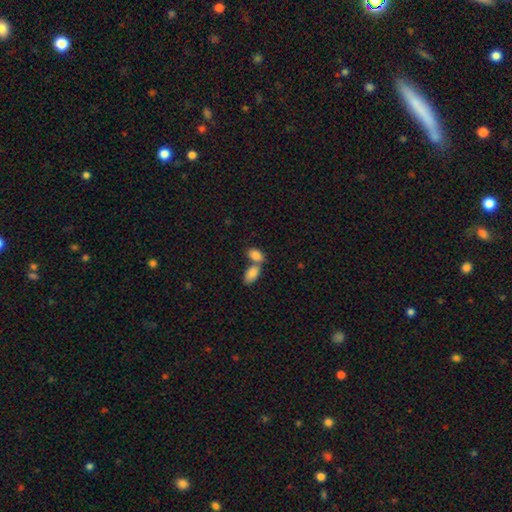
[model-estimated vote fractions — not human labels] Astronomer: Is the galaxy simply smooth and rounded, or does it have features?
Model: smooth — 85%.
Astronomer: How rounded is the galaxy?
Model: in between — 91%.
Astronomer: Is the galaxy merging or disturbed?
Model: merger — 56% (runner-up: none, 33%).